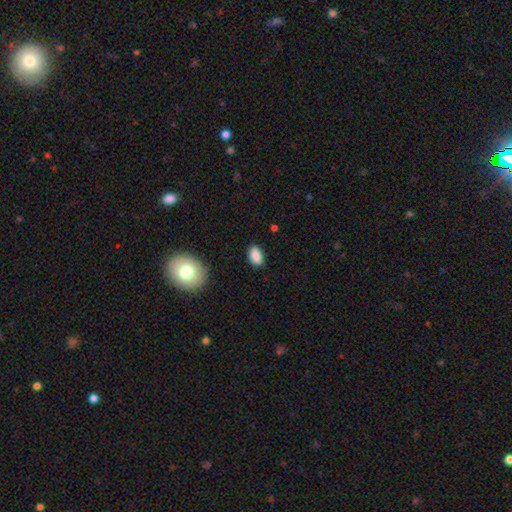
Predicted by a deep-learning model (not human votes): Smooth or featured?
  - smooth: 87% *
  - star or artifact: 9%
  - featured or disk: 5%
How rounded?
  - in between: 90% *
  - round: 8%
  - cigar-shaped: 2%
Merging?
  - none: 86% *
  - minor disturbance: 11%
  - major disturbance: 2%
  - merger: 1%